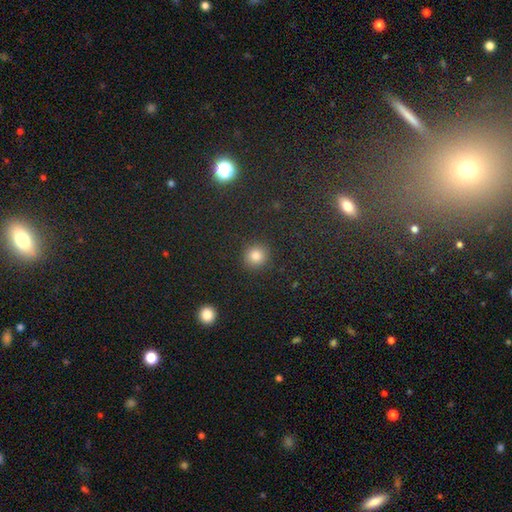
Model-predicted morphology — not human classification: This appears to be a smooth galaxy with no disk features (83%) that is round (92%). Merging: none (90%).